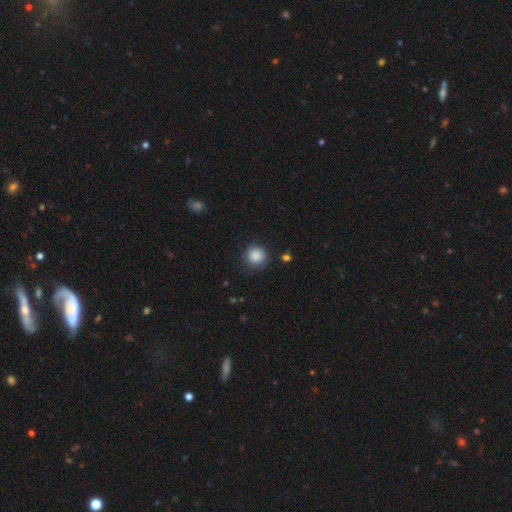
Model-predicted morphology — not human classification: A smooth galaxy with no disk features (86%) that is round (93%). Merging: none (82%).